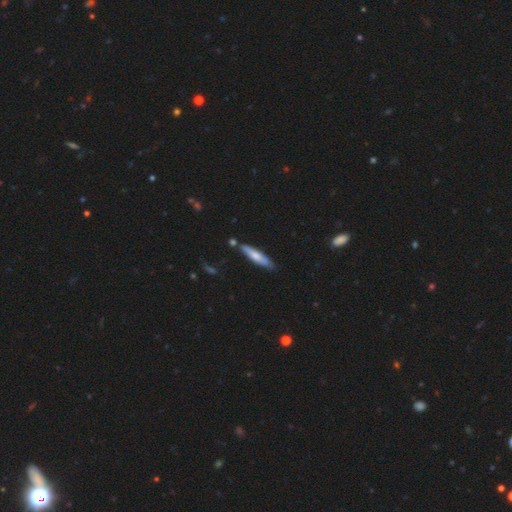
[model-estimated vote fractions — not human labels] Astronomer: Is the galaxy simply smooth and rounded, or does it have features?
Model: smooth — 61%.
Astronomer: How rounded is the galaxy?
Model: cigar-shaped — 84%.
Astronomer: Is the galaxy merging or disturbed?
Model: none — 78%.